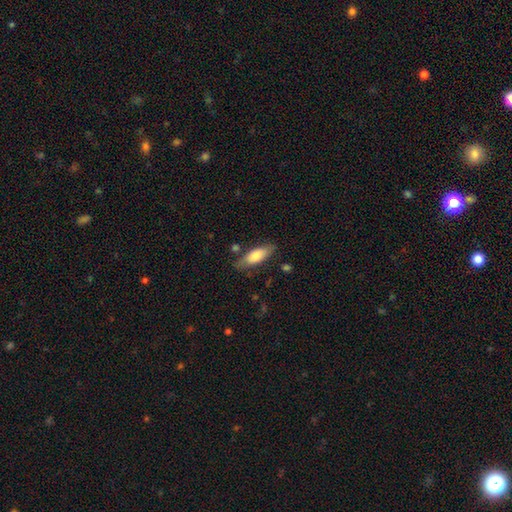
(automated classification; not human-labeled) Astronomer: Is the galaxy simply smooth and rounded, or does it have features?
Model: smooth — 75%.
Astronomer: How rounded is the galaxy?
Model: in between — 71%.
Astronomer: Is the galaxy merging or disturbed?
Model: none — 74%.